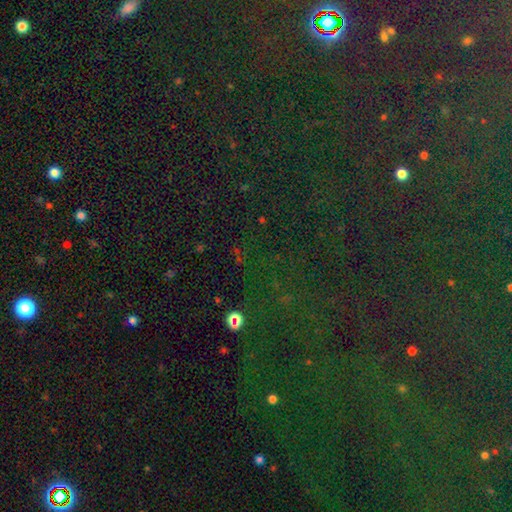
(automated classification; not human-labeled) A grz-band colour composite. It shows a star or artifact, not a galaxy (82%).